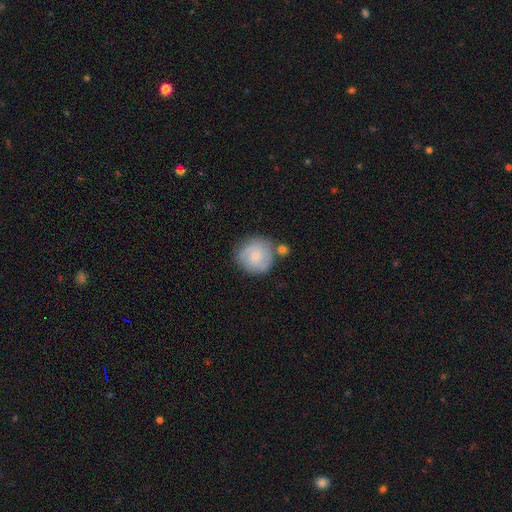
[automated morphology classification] A smooth galaxy with no disk features (59%) that is round (92%).

Vote fractions:
- Smooth or featured? smooth: 59% / featured or disk: 34% / star or artifact: 7%
- How rounded? round: 92% / in between: 7% / cigar-shaped: 1%
- Merging? none: 63% / minor disturbance: 19% / merger: 13% / major disturbance: 6%